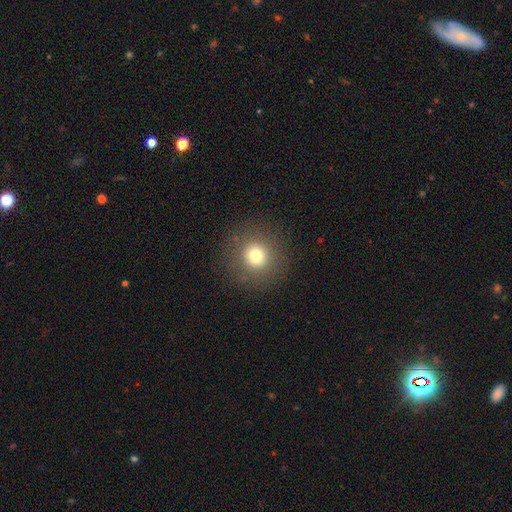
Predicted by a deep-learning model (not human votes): The model was most divided on "smooth or featured": smooth: 74%, star or artifact: 15%, featured or disk: 11%. More confident: how rounded — round (94%); merging — none (89%).